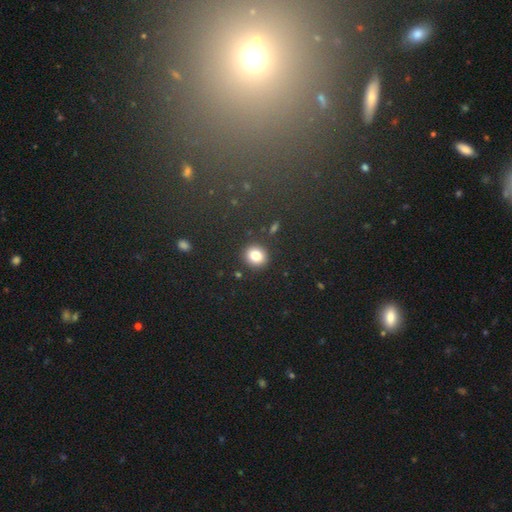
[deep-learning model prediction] Morphology: type=smooth (81%); roundness=round (77%); merging=none (89%).